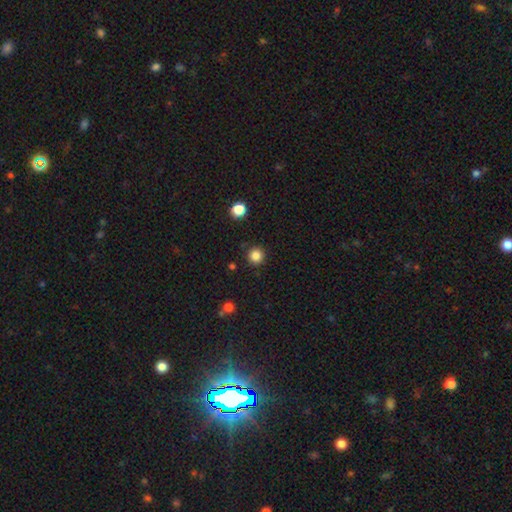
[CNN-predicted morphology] type=smooth (84%); roundness=round (95%); merging=none (91%).